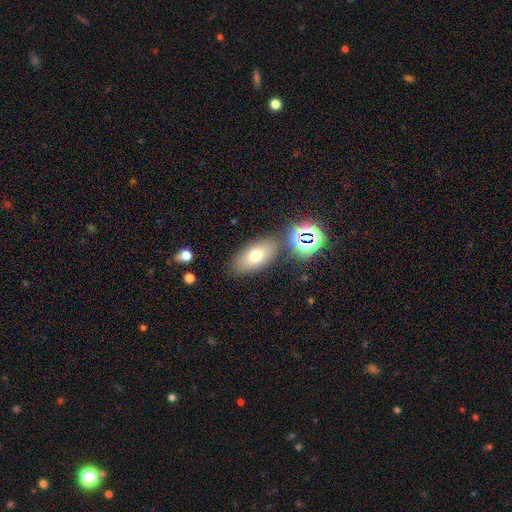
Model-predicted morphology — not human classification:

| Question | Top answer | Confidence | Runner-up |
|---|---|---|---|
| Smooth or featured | smooth | 73% | featured or disk (16%) |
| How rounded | in between | 89% | round (6%) |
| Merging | none | 78% | minor disturbance (11%) |